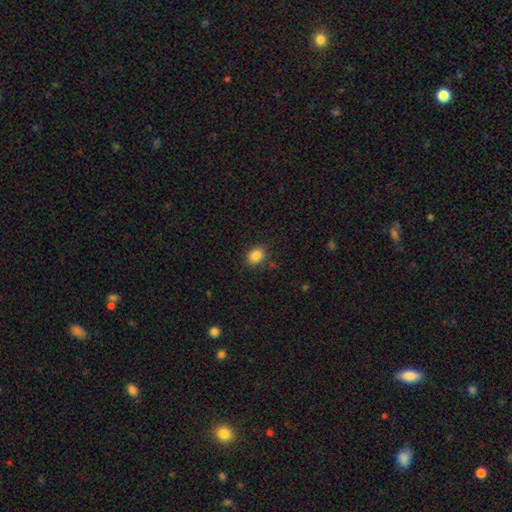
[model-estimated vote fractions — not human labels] smooth_or_featured: smooth (p=0.86) [alt: star or artifact p=0.10]
how_rounded: in between (p=0.59) [alt: round p=0.40]
merging: none (p=0.85) [alt: minor disturbance p=0.10]